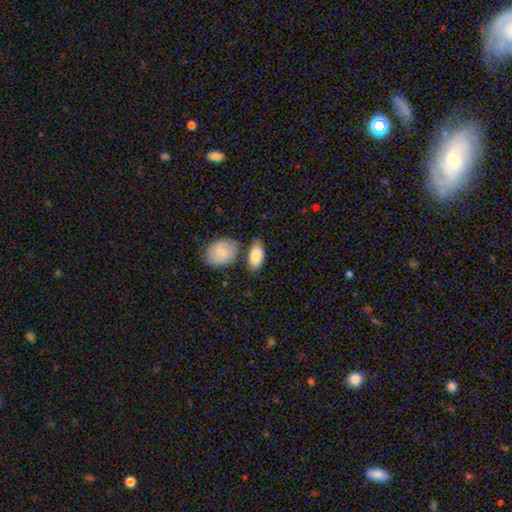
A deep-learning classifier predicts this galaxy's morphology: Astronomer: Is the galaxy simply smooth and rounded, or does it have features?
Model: smooth — 85%.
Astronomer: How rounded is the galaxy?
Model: in between — 93%.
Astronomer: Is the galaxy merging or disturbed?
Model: none — 60%.